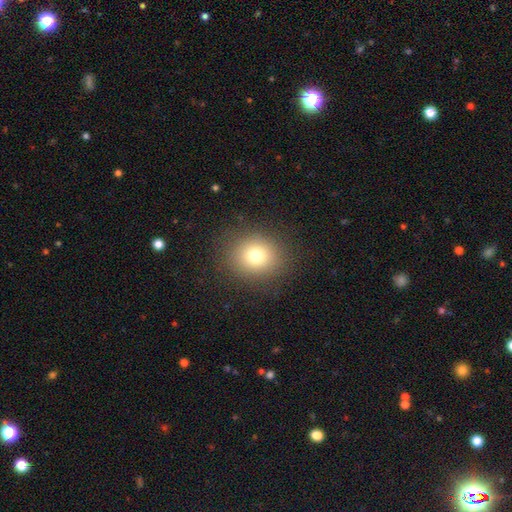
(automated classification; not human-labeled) smooth 76%, star or artifact 14%, featured or disk 10%. Down the decision tree: how rounded — round (77%); merging — none (87%).